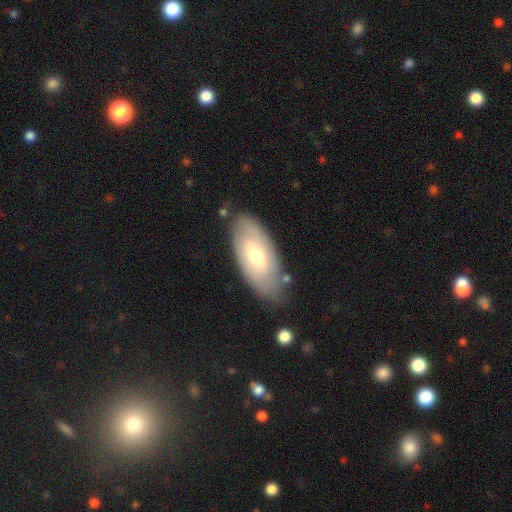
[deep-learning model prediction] This is possibly a smooth galaxy (53%). How rounded: clearly in between (89%). Merging: likely none (77%).